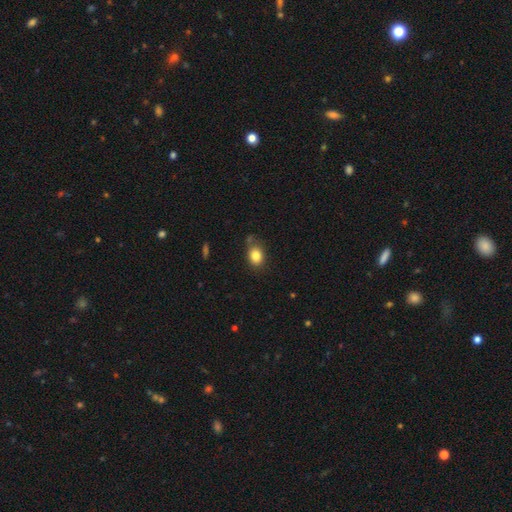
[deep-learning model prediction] Smooth or featured? smooth (83%)
How rounded? in between (65%)
Merging? none (73%)